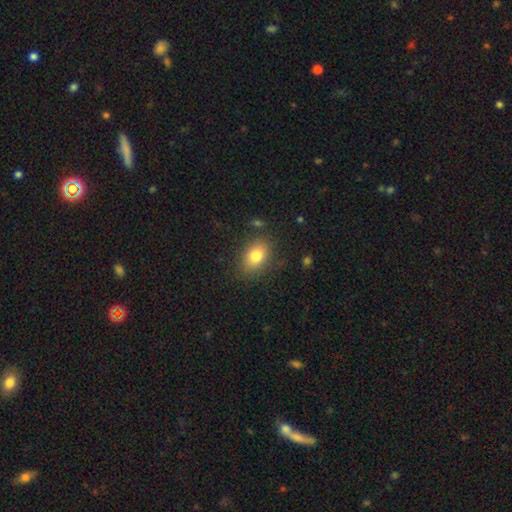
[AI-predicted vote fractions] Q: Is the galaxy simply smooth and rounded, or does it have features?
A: smooth — 80%.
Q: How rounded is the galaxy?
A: in between — 80%.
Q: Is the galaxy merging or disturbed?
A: none — 81%.